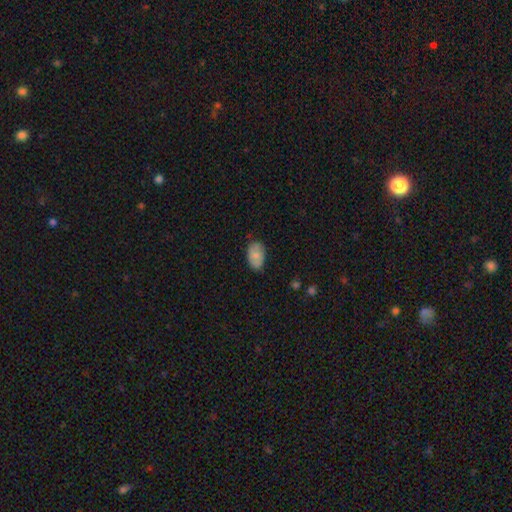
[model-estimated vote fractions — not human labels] This is clearly a smooth galaxy (81%). How rounded: clearly in between (92%). Merging: likely none (77%).